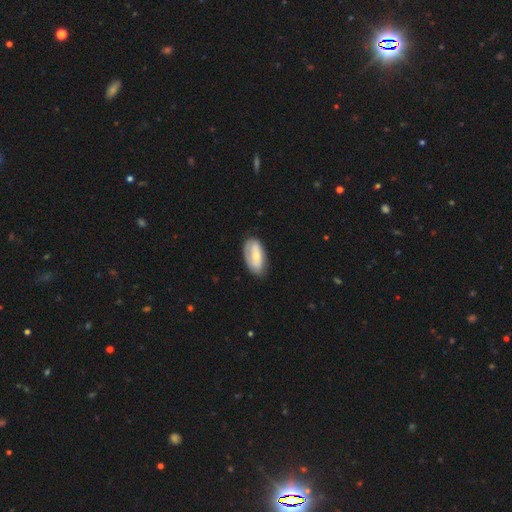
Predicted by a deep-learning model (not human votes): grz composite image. It shows a smooth galaxy with no disk features (52%) that is in between round and cigar-shaped (92%). Merging: none (72%).